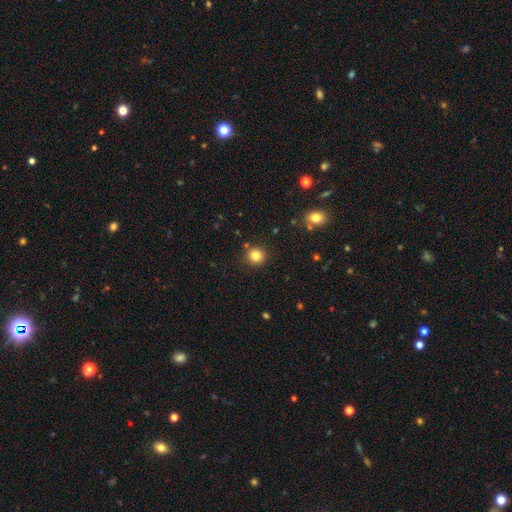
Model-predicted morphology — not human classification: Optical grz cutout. It shows a smooth galaxy with no disk features (82%) that is round (91%). Merging: none (88%).